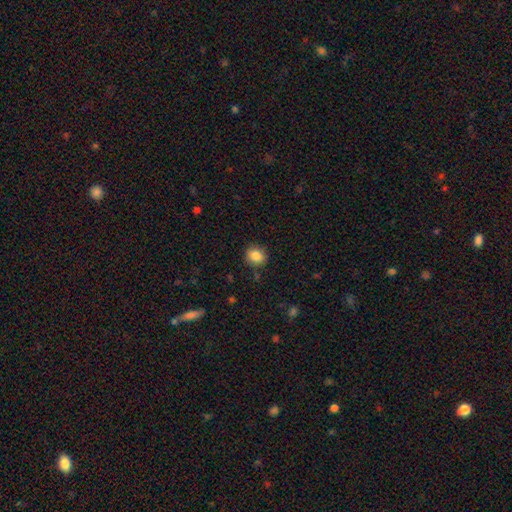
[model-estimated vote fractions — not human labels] smooth_or_featured: smooth (p=0.86) [alt: star or artifact p=0.09]
how_rounded: round (p=0.73) [alt: in between p=0.26]
merging: none (p=0.86) [alt: minor disturbance p=0.10]